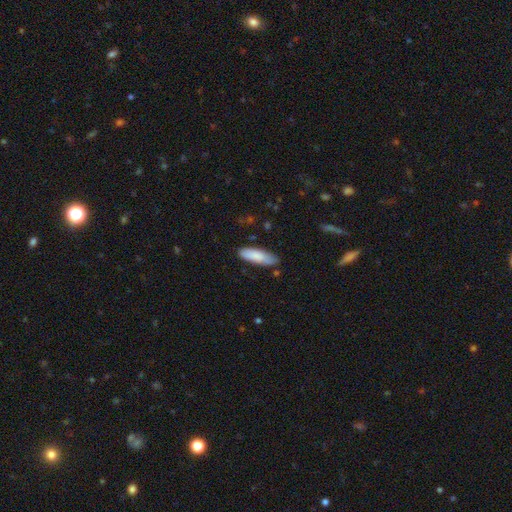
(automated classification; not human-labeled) smooth 85%, featured or disk 10%, star or artifact 5%. Down the decision tree: how rounded — cigar-shaped (51%); merging — none (80%).